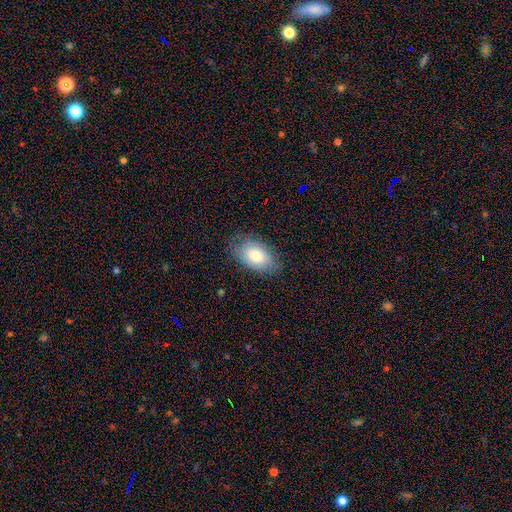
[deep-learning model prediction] This appears to be a smooth galaxy with no disk features (77%) that is in between round and cigar-shaped (92%). Merging: none (78%).